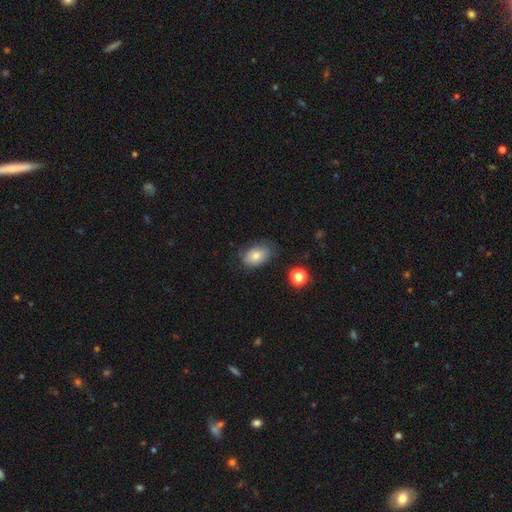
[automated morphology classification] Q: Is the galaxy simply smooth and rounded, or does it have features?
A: smooth — 79%.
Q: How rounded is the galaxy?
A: in between — 88%.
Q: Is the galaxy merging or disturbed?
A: none — 69%.